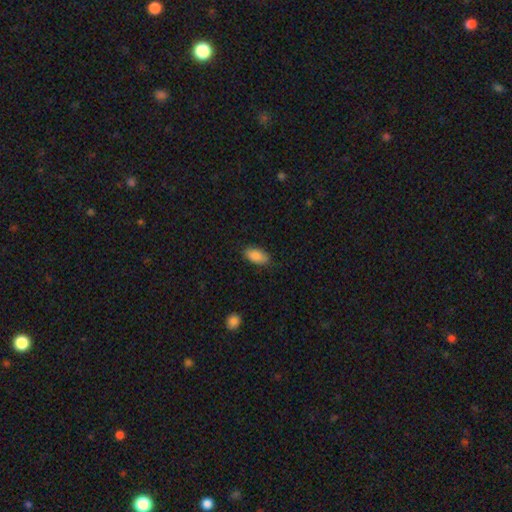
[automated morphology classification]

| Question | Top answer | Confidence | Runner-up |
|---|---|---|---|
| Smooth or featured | smooth | 88% | star or artifact (7%) |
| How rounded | in between | 93% | cigar-shaped (4%) |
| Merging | none | 84% | minor disturbance (12%) |